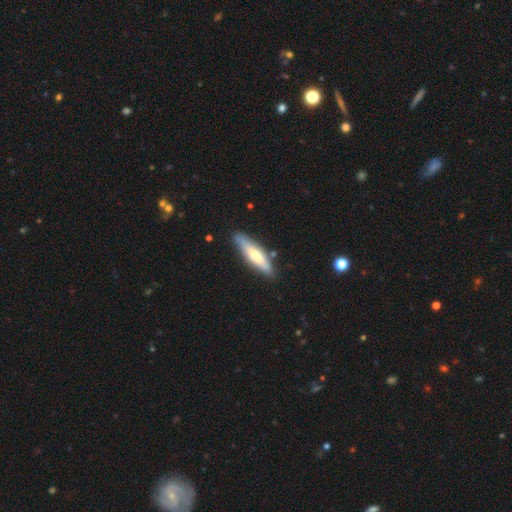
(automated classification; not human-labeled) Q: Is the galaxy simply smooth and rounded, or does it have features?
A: smooth — 56%.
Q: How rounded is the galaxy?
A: cigar-shaped — 71%.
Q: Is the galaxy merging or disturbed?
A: none — 80%.